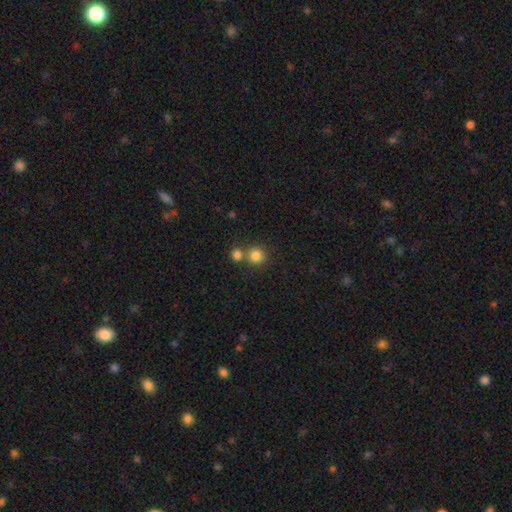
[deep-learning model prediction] smooth-or-featured: smooth: 82% | star or artifact: 12% | featured or disk: 6%
  how-rounded: round: 92% | in between: 7% | cigar-shaped: 1%
  merging: none: 62% | merger: 29% | minor disturbance: 6% | major disturbance: 2%